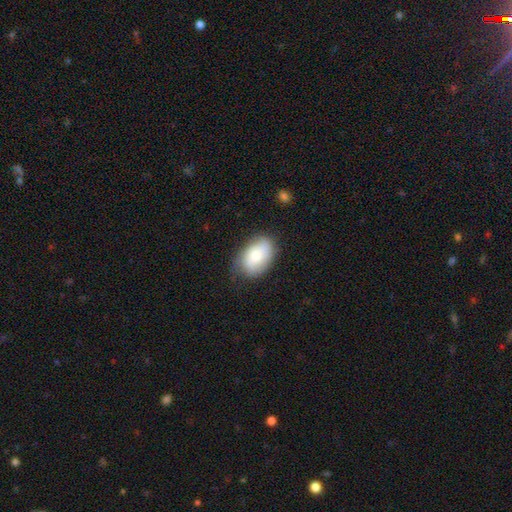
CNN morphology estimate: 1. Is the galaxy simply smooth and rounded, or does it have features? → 75% smooth, 18% featured or disk, 7% star or artifact.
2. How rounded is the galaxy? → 88% in between, 11% round, 1% cigar-shaped.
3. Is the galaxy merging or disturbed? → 70% none, 23% minor disturbance, 6% major disturbance, 1% merger.